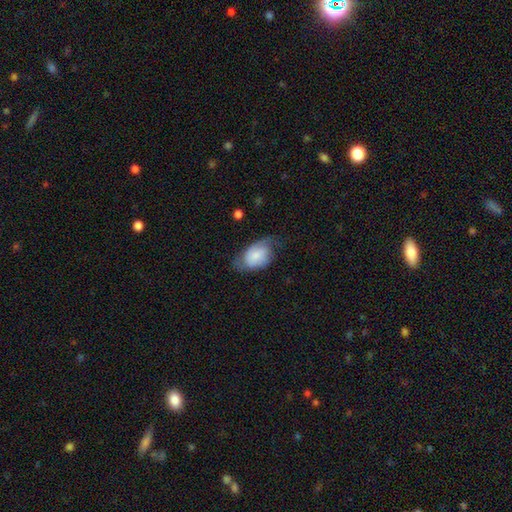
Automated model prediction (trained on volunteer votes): Smooth or featured?
  - smooth: 56% *
  - featured or disk: 37%
  - star or artifact: 7%
How rounded?
  - in between: 86% *
  - round: 13%
  - cigar-shaped: 1%
Merging?
  - none: 44% *
  - minor disturbance: 34%
  - major disturbance: 21%
  - merger: 2%